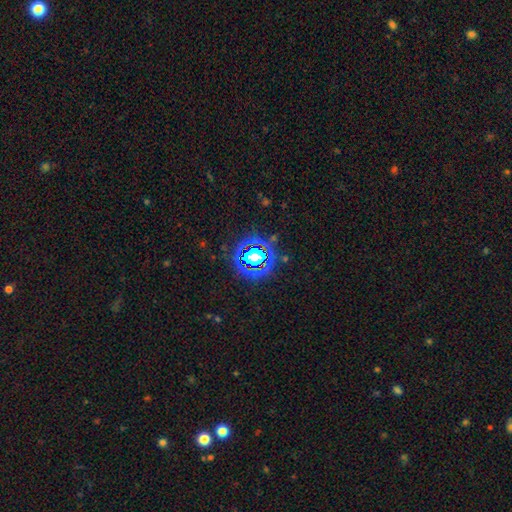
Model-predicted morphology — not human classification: Smooth or featured? Predicted: star or artifact (p=0.65).